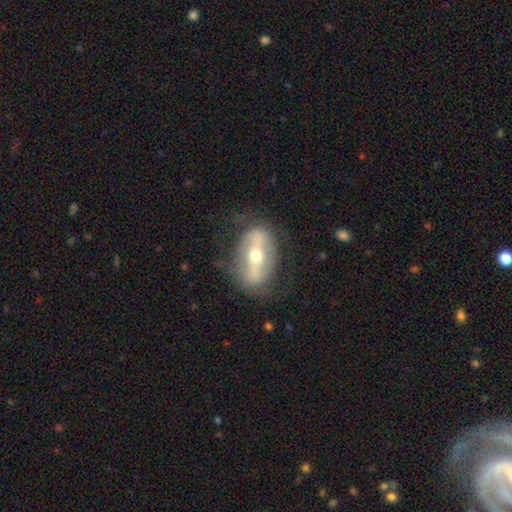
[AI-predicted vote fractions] This is likely a featured or disk galaxy (70%). It is clearly not viewed edge-on (80%). Bar: likely strong (67%). Spiral arm pattern: likely no (62%). Central bulge: likely moderate (63%). Merging: likely none (70%).